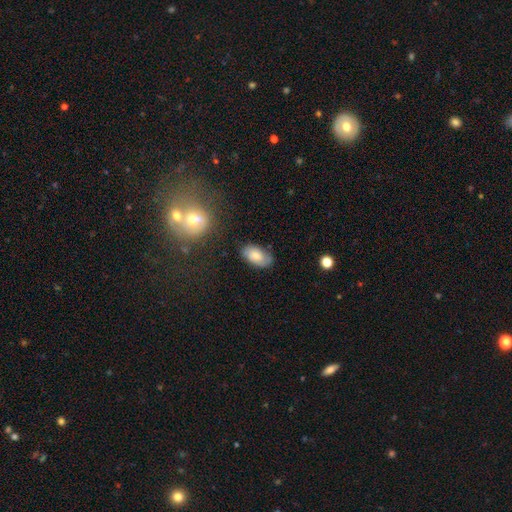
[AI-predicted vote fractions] smooth 65%, featured or disk 27%, star or artifact 8%. Down the decision tree: how rounded — in between (93%); merging — none (71%).